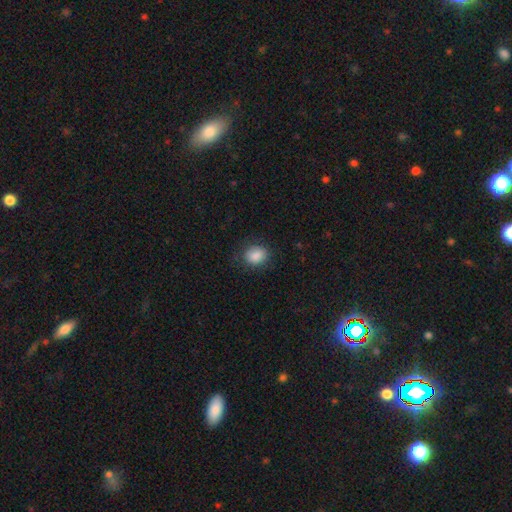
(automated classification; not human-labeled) smooth-or-featured: smooth: 87% | star or artifact: 8% | featured or disk: 5%
  how-rounded: round: 52% | in between: 47% | cigar-shaped: 1%
  merging: none: 80% | minor disturbance: 14% | major disturbance: 5% | merger: 1%